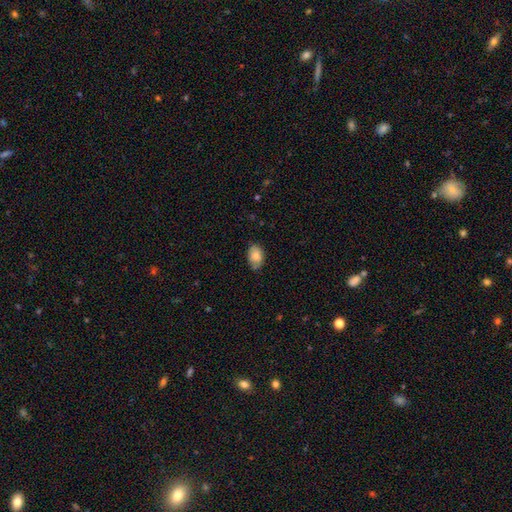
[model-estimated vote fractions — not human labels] smooth-or-featured: smooth: 77% | featured or disk: 16% | star or artifact: 7%
  how-rounded: in between: 87% | round: 12% | cigar-shaped: 1%
  merging: none: 74% | minor disturbance: 21% | major disturbance: 4% | merger: 1%